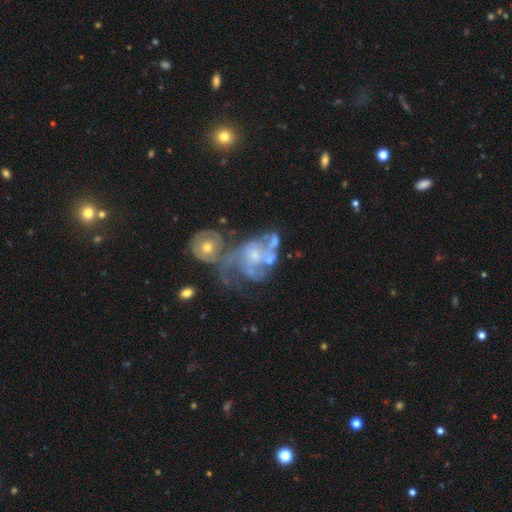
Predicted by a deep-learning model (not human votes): This is likely a featured or disk galaxy (76%). It is clearly not viewed edge-on (97%). Bar: likely no (77%). Spiral arm pattern: likely yes (64%). Central bulge: marginally moderate (40%). Merging: possibly merger (46%).